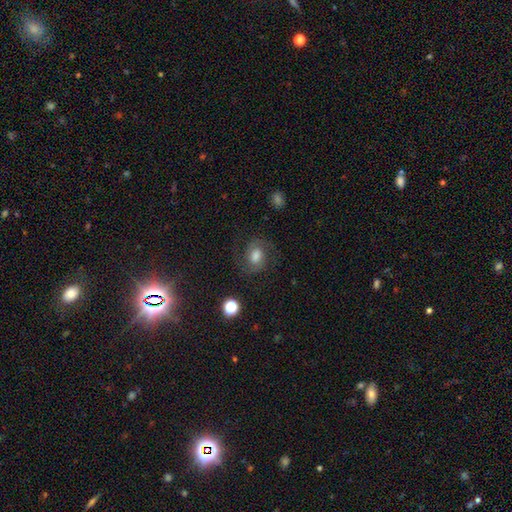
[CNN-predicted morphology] Smooth or featured? featured or disk (66%)
Edge-on disk? no (97%)
Bar? no (46%)
Spiral arms? yes (94%)
Spiral winding? medium (56%)
Spiral arm count? 2 (90%)
Bulge size? moderate (48%)
Merging? none (77%)